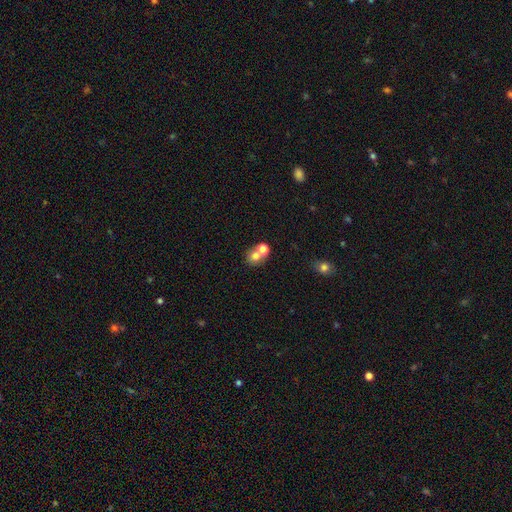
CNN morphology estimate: type=smooth (72%); roundness=round (72%); merging=merger (51%).